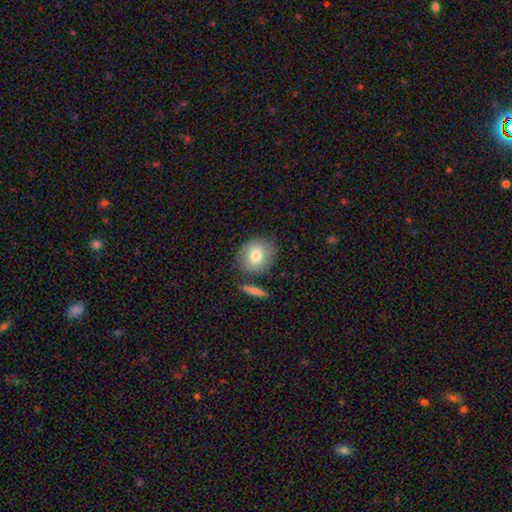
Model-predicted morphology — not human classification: Smooth or featured?
  - smooth: 79% *
  - featured or disk: 14%
  - star or artifact: 8%
How rounded?
  - round: 77% *
  - in between: 22%
  - cigar-shaped: 1%
Merging?
  - none: 78% *
  - minor disturbance: 12%
  - merger: 7%
  - major disturbance: 3%